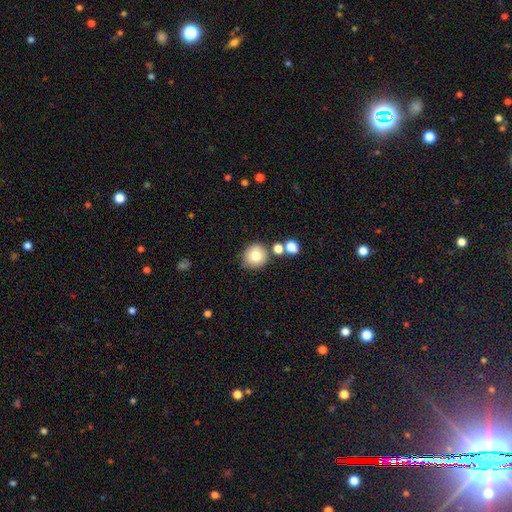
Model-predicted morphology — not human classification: Smooth or featured? Predicted: smooth (p=0.78). How rounded? Predicted: round (p=0.91). Merging? Predicted: none (p=0.73).